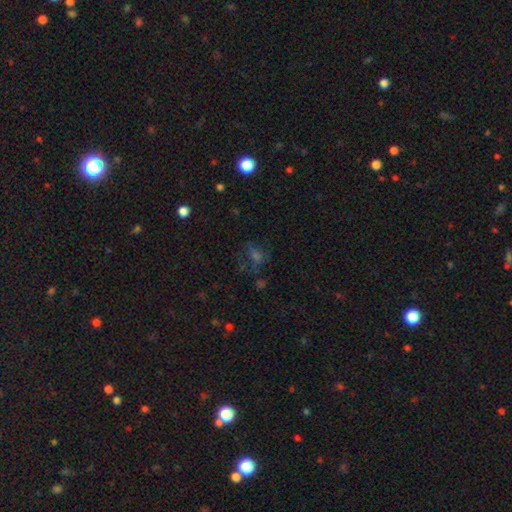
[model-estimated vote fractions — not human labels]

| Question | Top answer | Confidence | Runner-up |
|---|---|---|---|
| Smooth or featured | star or artifact | 41% | smooth (36%) |